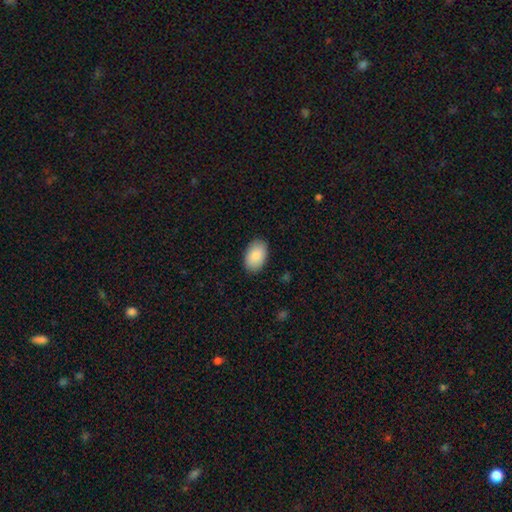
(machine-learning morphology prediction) Smooth or featured: smooth — 86% (featured or disk — 8%)
How rounded: in between — 91% (round — 8%)
Merging: none — 88% (minor disturbance — 9%)